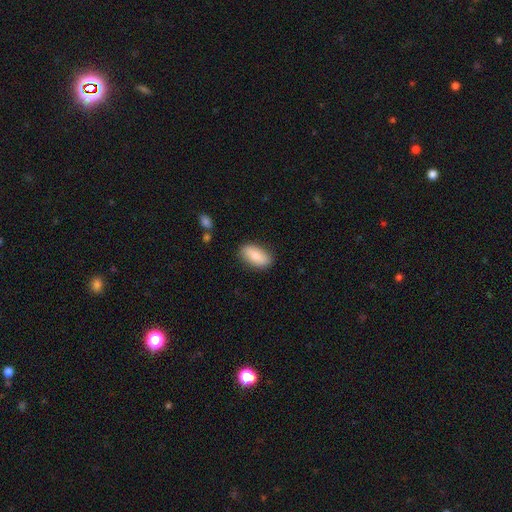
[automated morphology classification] Overall: smooth (81%). How rounded: in between (91%). Merging: none (85%).